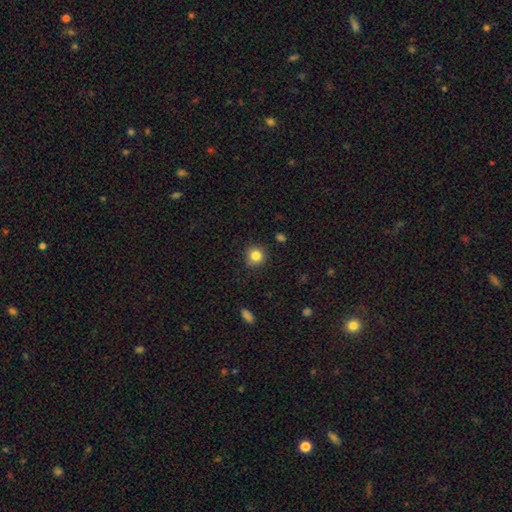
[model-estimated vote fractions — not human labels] Morphology: type=smooth (84%); roundness=round (89%); merging=none (83%).